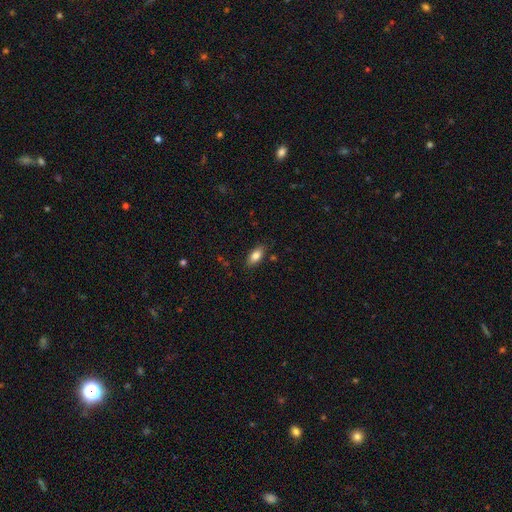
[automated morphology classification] Smooth or featured? Predicted: smooth (p=0.82). How rounded? Predicted: in between (p=0.88). Merging? Predicted: none (p=0.84).